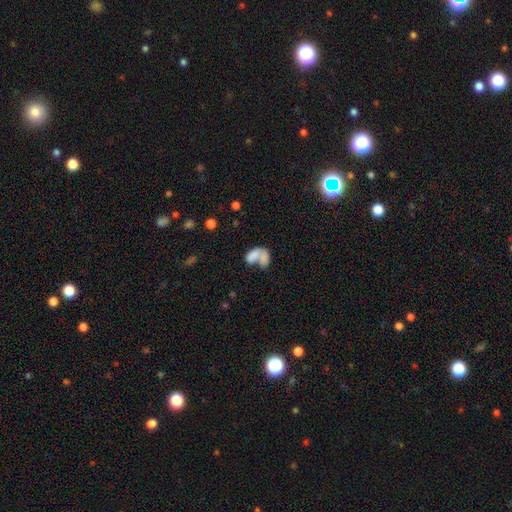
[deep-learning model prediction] This is likely a smooth galaxy (72%). How rounded: clearly in between (86%). Merging: likely merger (63%).